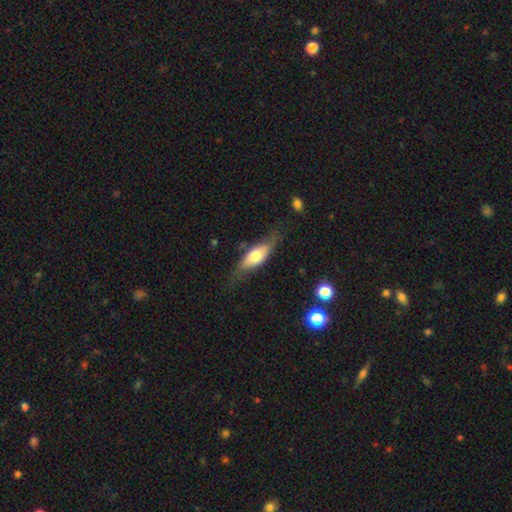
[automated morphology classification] A smooth galaxy with no disk features (56%) that is in between round and cigar-shaped (67%).

Vote fractions:
- Smooth or featured? smooth: 56% / featured or disk: 37% / star or artifact: 6%
- How rounded? in between: 67% / cigar-shaped: 30% / round: 3%
- Merging? none: 63% / minor disturbance: 25% / major disturbance: 10% / merger: 2%